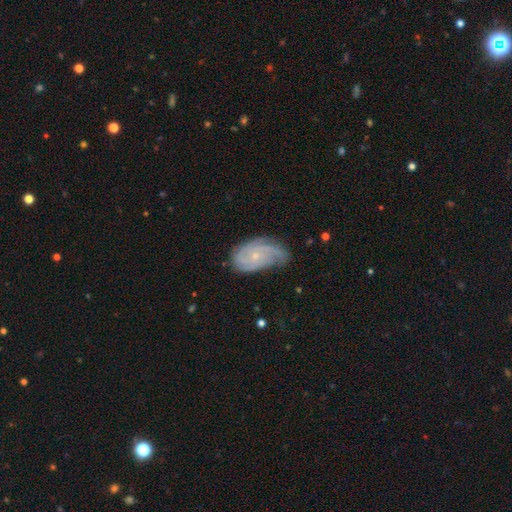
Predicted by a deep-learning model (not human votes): Overall: featured or disk (74%). Edge-on disk: no (96%). Bar: no (78%). Spiral arms: yes (91%). Spiral arm count: can't tell (33%; 2 30%). Spiral winding: tight (53%; medium 33%). Bulge size: small (79%). Merging: none (49%; minor disturbance 34%).